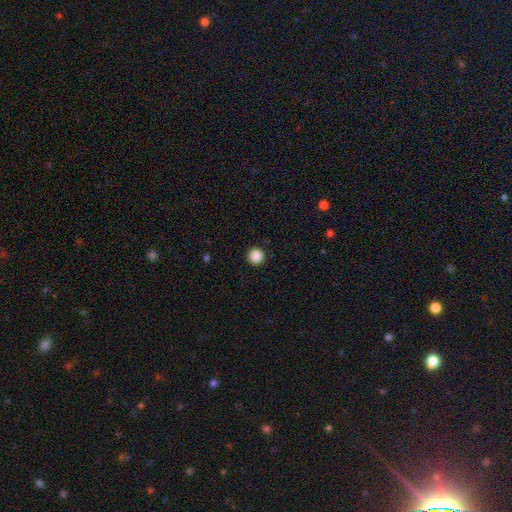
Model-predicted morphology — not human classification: A smooth galaxy with no disk features (88%) that is round (96%). Merging: none (93%).